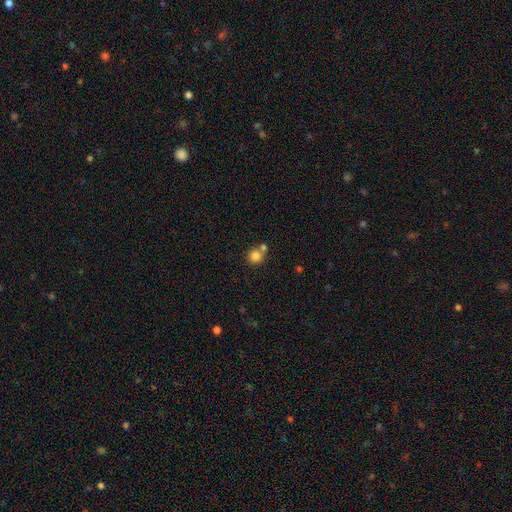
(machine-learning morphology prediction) Q: Smooth or featured?
A: smooth (82%); runner-up: star or artifact (10%)
Q: How rounded?
A: round (90%); runner-up: in between (9%)
Q: Merging?
A: none (57%); runner-up: merger (31%)